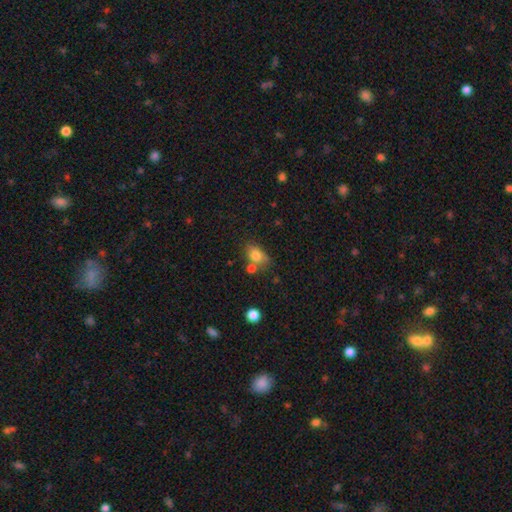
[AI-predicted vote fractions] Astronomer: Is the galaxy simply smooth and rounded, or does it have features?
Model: smooth — 78%.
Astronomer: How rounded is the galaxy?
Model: in between — 76%.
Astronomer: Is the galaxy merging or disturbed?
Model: none — 52%.